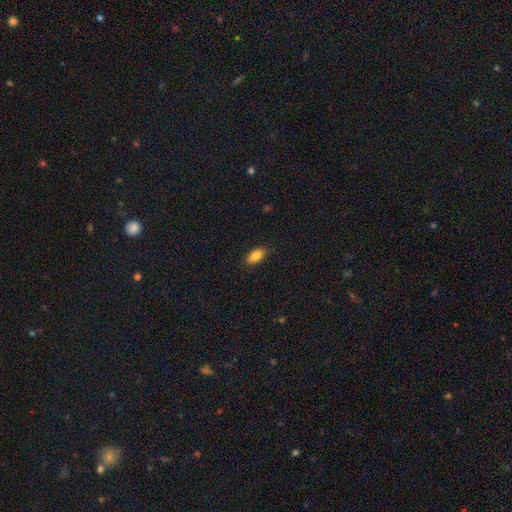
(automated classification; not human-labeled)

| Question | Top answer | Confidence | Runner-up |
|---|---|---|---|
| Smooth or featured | smooth | 86% | star or artifact (8%) |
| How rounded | in between | 90% | cigar-shaped (5%) |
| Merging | none | 87% | minor disturbance (10%) |